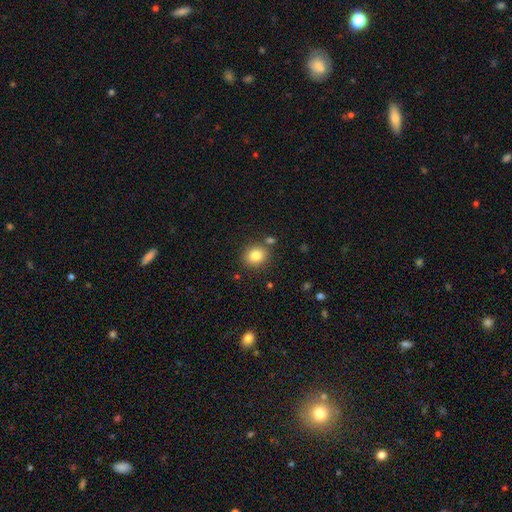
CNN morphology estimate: Smooth or featured? smooth (83%)
How rounded? round (73%)
Merging? none (82%)